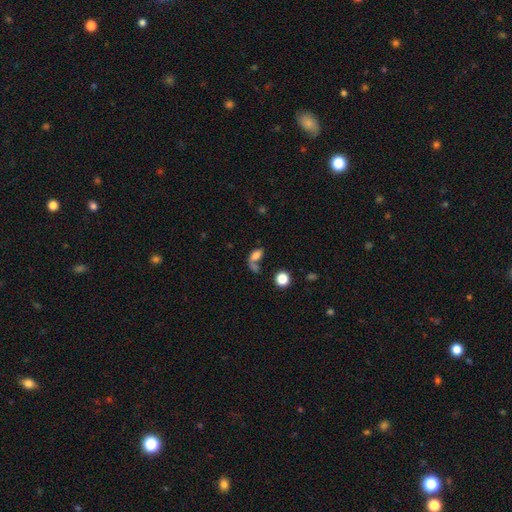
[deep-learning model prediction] Smooth or featured?
  - smooth: 71% *
  - featured or disk: 16%
  - star or artifact: 13%
How rounded?
  - in between: 80% *
  - round: 13%
  - cigar-shaped: 7%
Merging?
  - merger: 37% *
  - none: 32%
  - major disturbance: 17%
  - minor disturbance: 14%